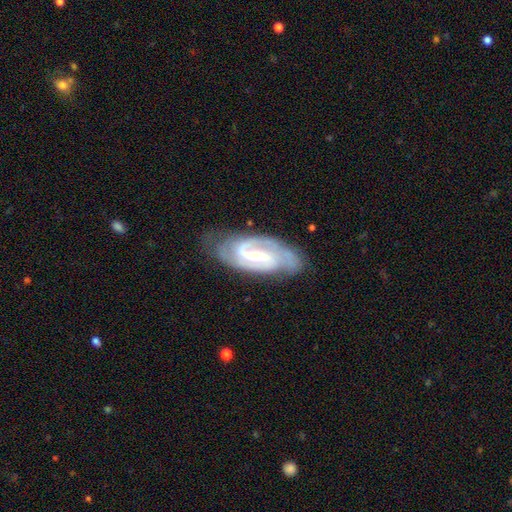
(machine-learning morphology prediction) featured or disk 90%, smooth 5%, star or artifact 4%. Down the decision tree: edge-on disk — no (95%); bar — weak (43%); spiral arms — yes (98%); spiral arm count — 2 (81%); spiral winding — medium (48%); bulge size — small (60%); merging — none (74%).